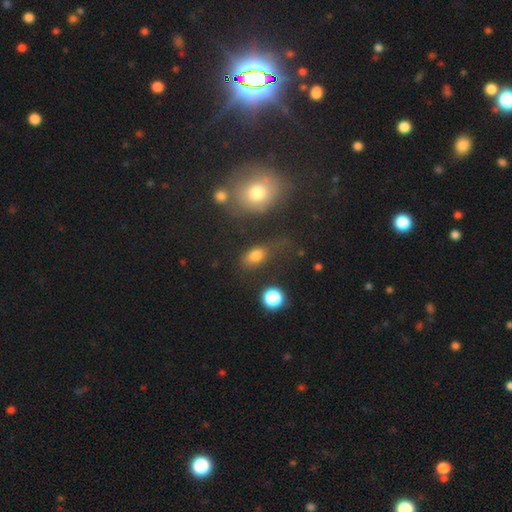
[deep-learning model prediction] The model was most divided on "merging": none: 61%, minor disturbance: 20%, major disturbance: 10%, merger: 9%. More confident: how rounded — in between (80%); smooth or featured — smooth (78%).